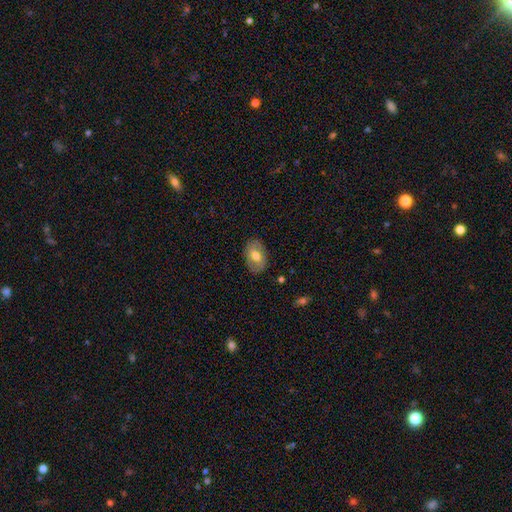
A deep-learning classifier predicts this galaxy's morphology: Smooth or featured? Predicted: smooth (p=0.59). How rounded? Predicted: in between (p=0.88). Merging? Predicted: none (p=0.84).